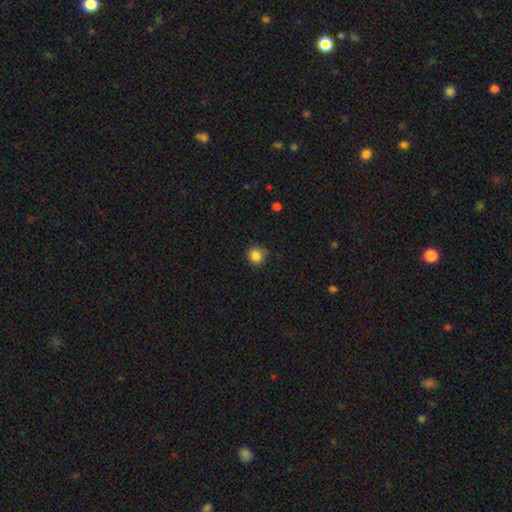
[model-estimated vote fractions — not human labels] Smooth or featured?
  - smooth: 85% *
  - star or artifact: 11%
  - featured or disk: 4%
How rounded?
  - round: 92% *
  - in between: 7%
  - cigar-shaped: 1%
Merging?
  - none: 78% *
  - minor disturbance: 17%
  - major disturbance: 3%
  - merger: 2%